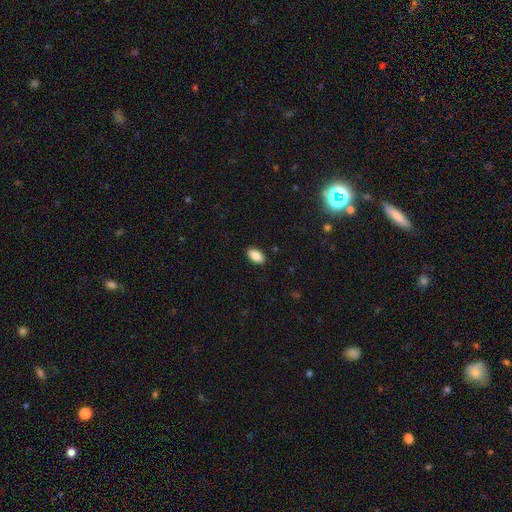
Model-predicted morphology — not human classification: The model was most divided on "merging": none: 89%, minor disturbance: 8%, major disturbance: 2%, merger: 1%. More confident: how rounded — in between (92%); smooth or featured — smooth (89%).